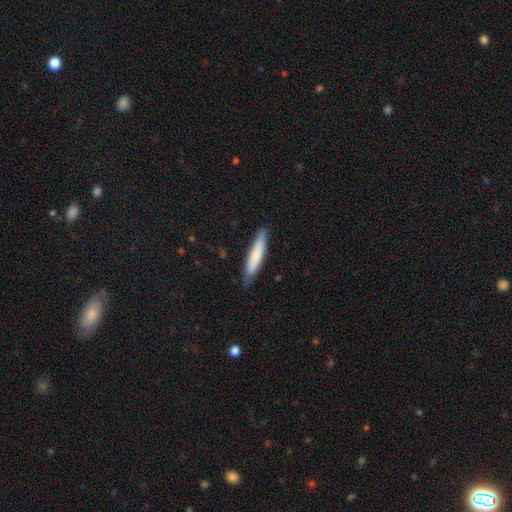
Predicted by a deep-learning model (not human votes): Smooth or featured? smooth (75%)
How rounded? cigar-shaped (89%)
Merging? none (81%)